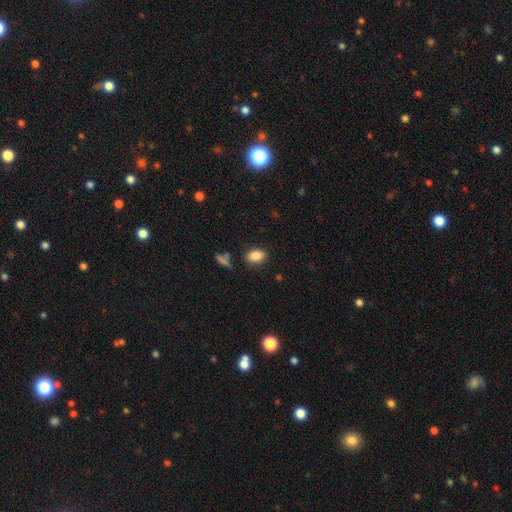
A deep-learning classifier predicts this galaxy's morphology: A smooth galaxy with no disk features (86%) that is in between round and cigar-shaped (82%). Merging: none (85%).